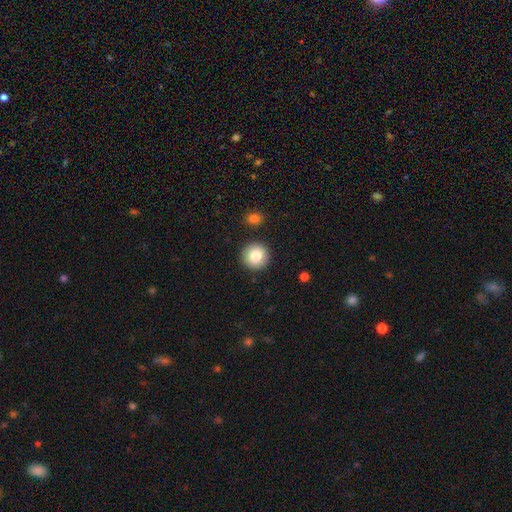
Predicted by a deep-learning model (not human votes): Morphology: type=smooth (82%); roundness=round (95%); merging=none (90%).